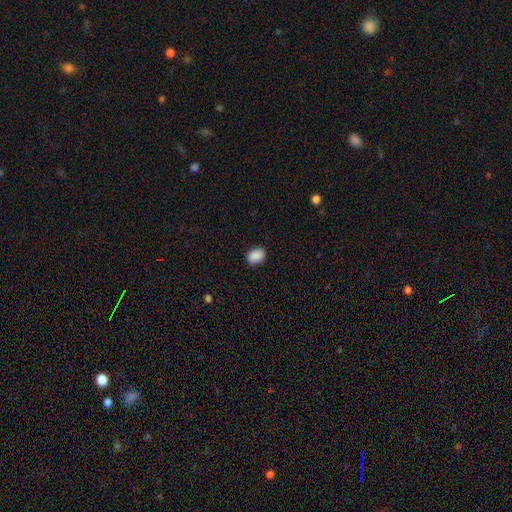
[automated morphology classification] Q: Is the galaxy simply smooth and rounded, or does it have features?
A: smooth — 90%.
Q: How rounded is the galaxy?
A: in between — 76%.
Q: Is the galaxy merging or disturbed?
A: none — 88%.